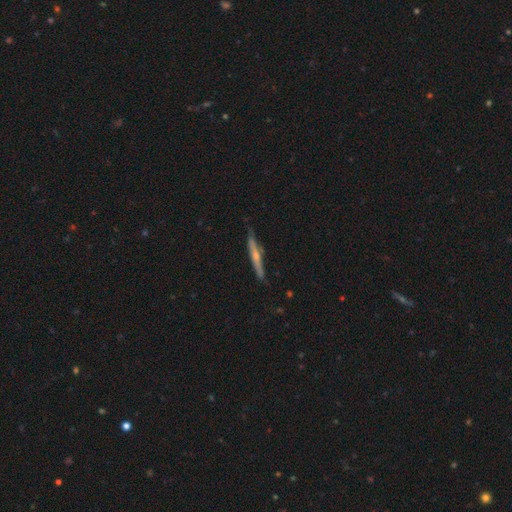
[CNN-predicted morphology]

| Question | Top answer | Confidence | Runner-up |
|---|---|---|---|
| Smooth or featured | featured or disk | 64% | smooth (30%) |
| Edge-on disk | yes | 95% | no (5%) |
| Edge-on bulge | rounded | 72% | none (23%) |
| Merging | none | 82% | minor disturbance (14%) |